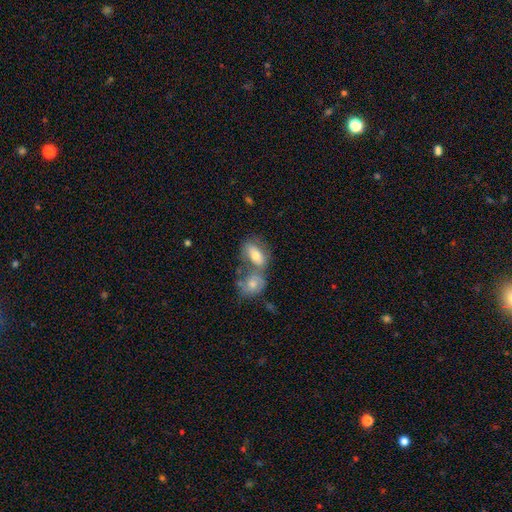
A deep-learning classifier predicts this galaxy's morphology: This appears to be a smooth galaxy with no disk features (66%) that is in between round and cigar-shaped (85%). Merging: merger (50%).